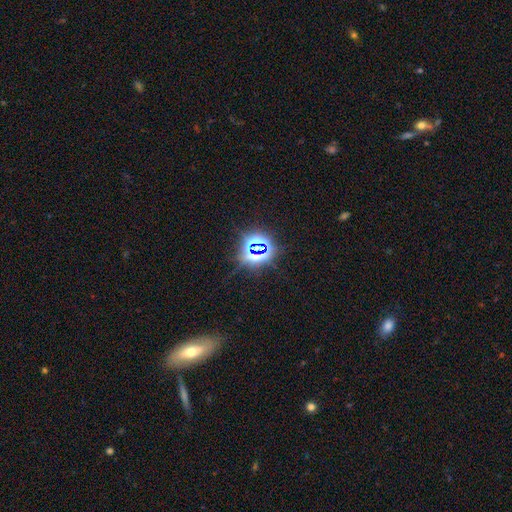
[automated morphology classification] Overall: star or artifact (78%).